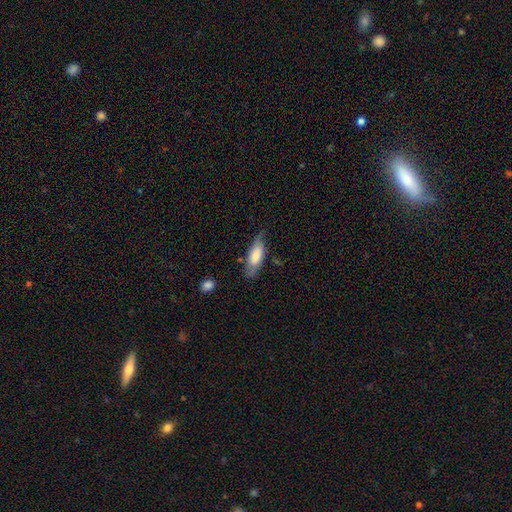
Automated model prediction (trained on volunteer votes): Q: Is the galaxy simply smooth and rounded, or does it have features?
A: smooth — 67%.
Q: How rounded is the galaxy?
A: in between — 64%.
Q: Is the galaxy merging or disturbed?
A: none — 67%.